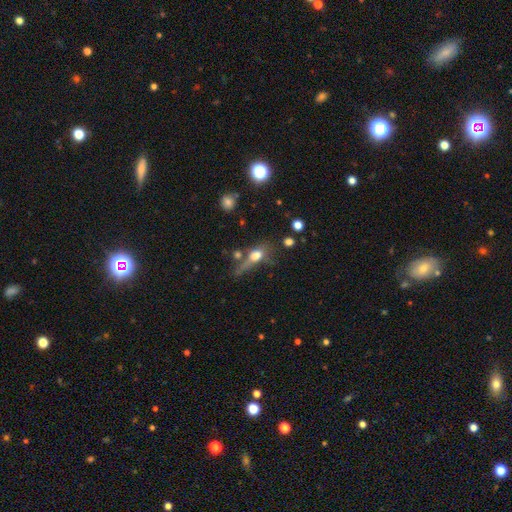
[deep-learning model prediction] smooth-or-featured: smooth: 61% | featured or disk: 24% | star or artifact: 15%
  how-rounded: in between: 60% | round: 23% | cigar-shaped: 17%
  merging: major disturbance: 31% | none: 28% | merger: 22% | minor disturbance: 19%